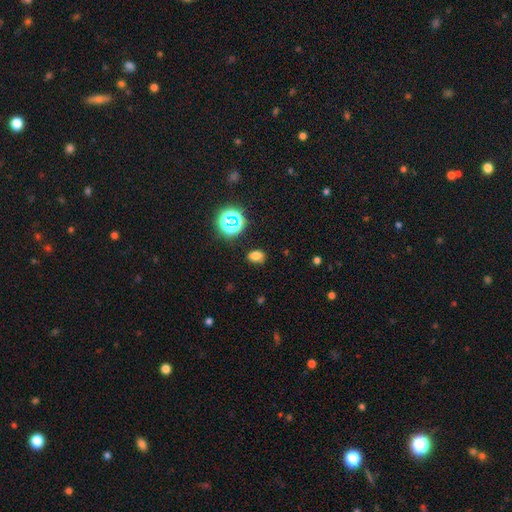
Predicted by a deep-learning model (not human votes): Morphology: type=smooth (72%); roundness=in between (73%); merging=none (80%).